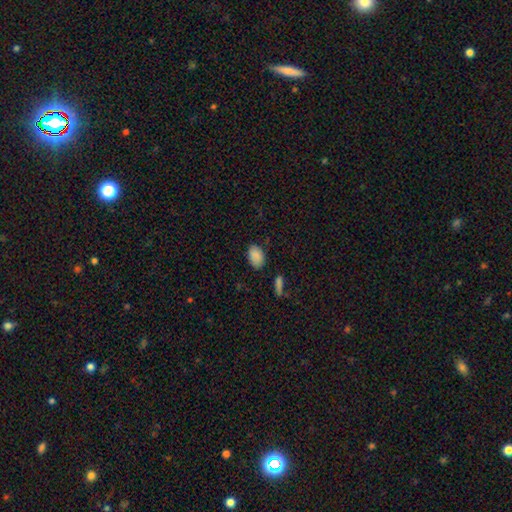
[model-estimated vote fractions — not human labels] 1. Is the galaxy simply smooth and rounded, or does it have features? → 88% smooth, 8% star or artifact, 4% featured or disk.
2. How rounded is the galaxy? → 89% in between, 10% round, 1% cigar-shaped.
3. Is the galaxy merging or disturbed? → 81% none, 14% minor disturbance, 3% major disturbance, 3% merger.